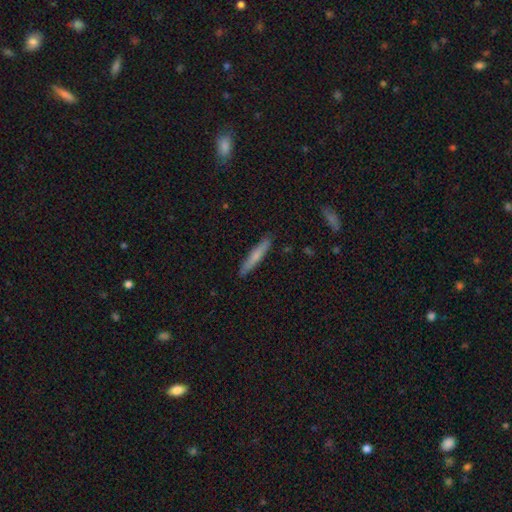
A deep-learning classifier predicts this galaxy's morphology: smooth-or-featured: smooth: 62% | featured or disk: 32% | star or artifact: 6%
  how-rounded: cigar-shaped: 94% | in between: 4% | round: 1%
  merging: none: 89% | minor disturbance: 8% | major disturbance: 1% | merger: 1%